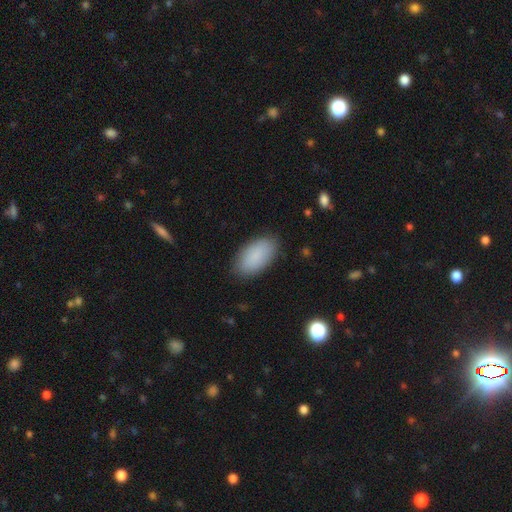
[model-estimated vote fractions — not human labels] A smooth galaxy with no disk features (87%) that is in between round and cigar-shaped (95%).

Vote fractions:
- Smooth or featured? smooth: 87% / star or artifact: 7% / featured or disk: 6%
- How rounded? in between: 95% / round: 3% / cigar-shaped: 2%
- Merging? none: 86% / minor disturbance: 10% / major disturbance: 3% / merger: 1%